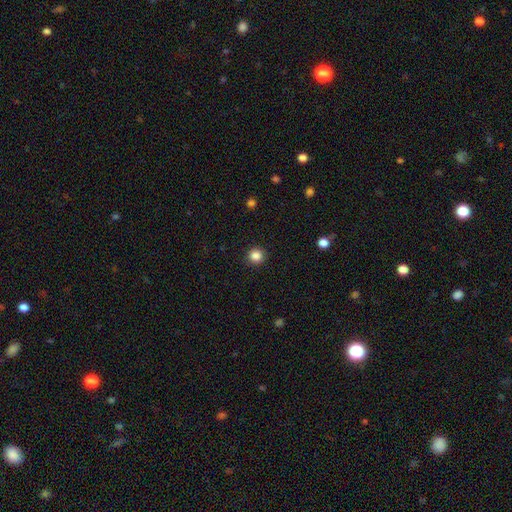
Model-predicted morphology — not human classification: smooth 86%, star or artifact 11%, featured or disk 3%. Down the decision tree: how rounded — round (93%); merging — none (92%).